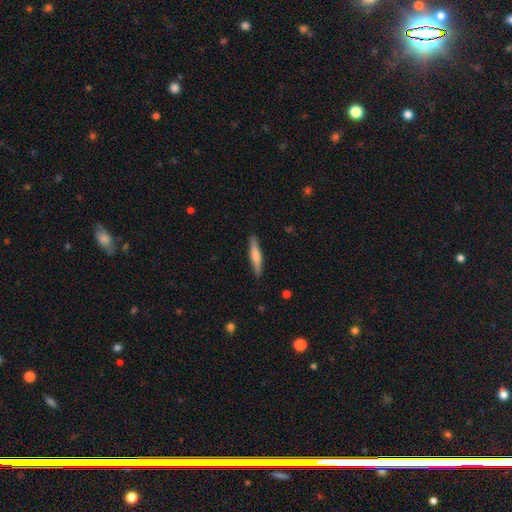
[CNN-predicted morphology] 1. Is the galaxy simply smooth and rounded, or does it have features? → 61% smooth, 34% featured or disk, 5% star or artifact.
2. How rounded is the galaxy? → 90% cigar-shaped, 9% in between, 1% round.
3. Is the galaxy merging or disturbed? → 88% none, 9% minor disturbance, 2% major disturbance, 1% merger.